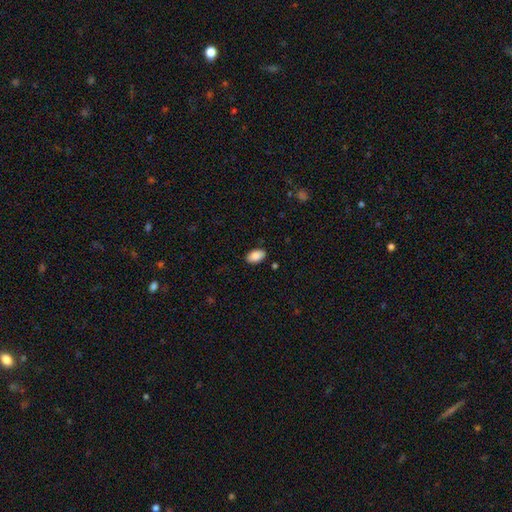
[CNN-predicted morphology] A smooth galaxy with no disk features (89%) that is in between round and cigar-shaped (93%).

Vote fractions:
- Smooth or featured? smooth: 89% / star or artifact: 7% / featured or disk: 4%
- How rounded? in between: 93% / round: 6% / cigar-shaped: 1%
- Merging? none: 86% / minor disturbance: 10% / major disturbance: 2% / merger: 1%